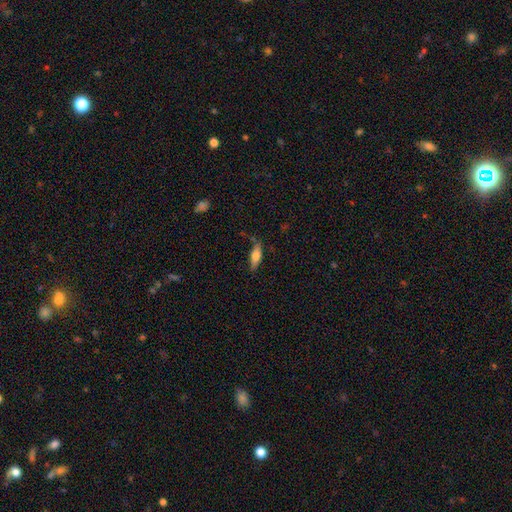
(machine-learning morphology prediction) smooth_or_featured: smooth (p=0.67) [alt: featured or disk p=0.26]
how_rounded: in between (p=0.52) [alt: cigar-shaped p=0.46]
merging: none (p=0.75) [alt: minor disturbance p=0.18]